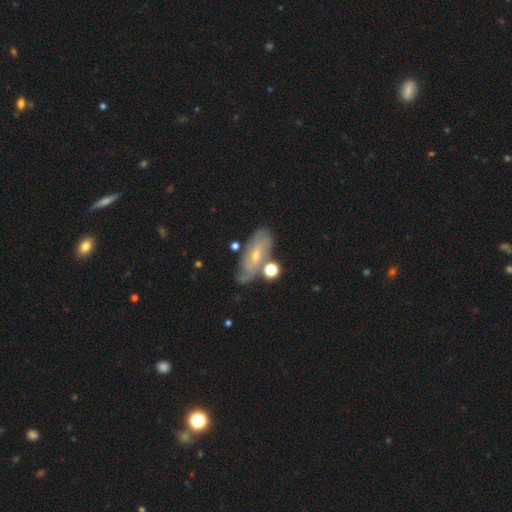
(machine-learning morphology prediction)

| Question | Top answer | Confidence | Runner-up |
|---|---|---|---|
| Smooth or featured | featured or disk | 68% | smooth (24%) |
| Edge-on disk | no | 86% | yes (14%) |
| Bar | no | 58% | weak (32%) |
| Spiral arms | yes | 82% | no (18%) |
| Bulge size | small | 65% | moderate (32%) |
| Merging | none | 62% | minor disturbance (19%) |